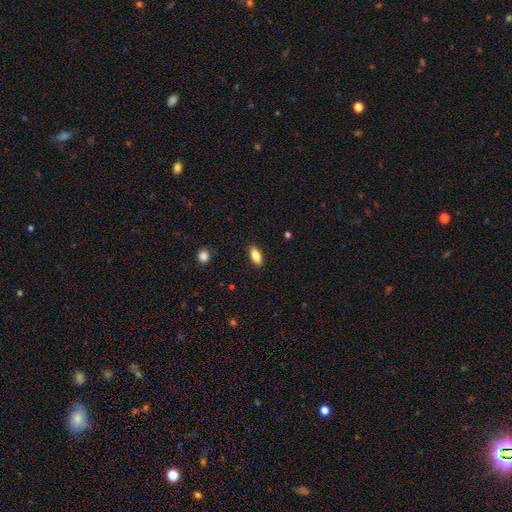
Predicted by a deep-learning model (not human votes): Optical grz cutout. It shows a smooth galaxy with no disk features (82%) that is in between round and cigar-shaped (80%). Merging: none (88%).